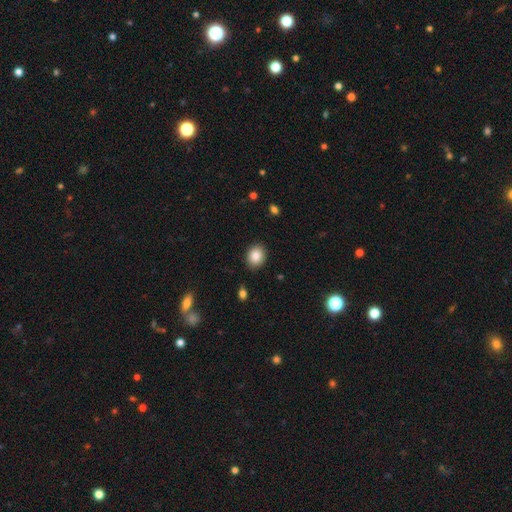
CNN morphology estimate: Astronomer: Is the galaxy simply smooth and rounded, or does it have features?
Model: smooth — 86%.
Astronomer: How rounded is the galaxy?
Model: round — 58% (runner-up: in between, 41%).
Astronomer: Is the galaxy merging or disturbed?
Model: none — 89%.